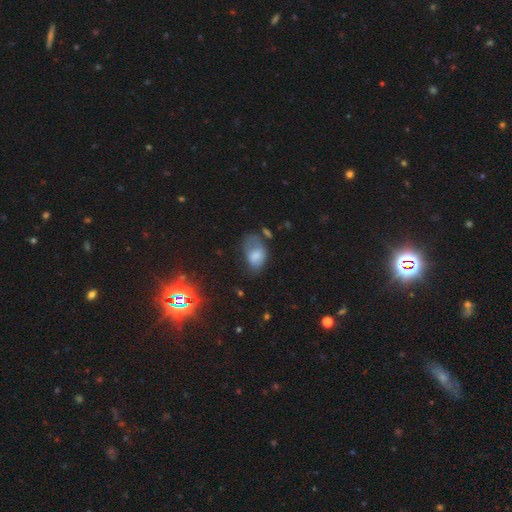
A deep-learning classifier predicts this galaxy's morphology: smooth-or-featured: smooth: 68% | featured or disk: 20% | star or artifact: 12%
  how-rounded: in between: 87% | round: 11% | cigar-shaped: 1%
  merging: none: 35% | minor disturbance: 33% | major disturbance: 26% | merger: 5%